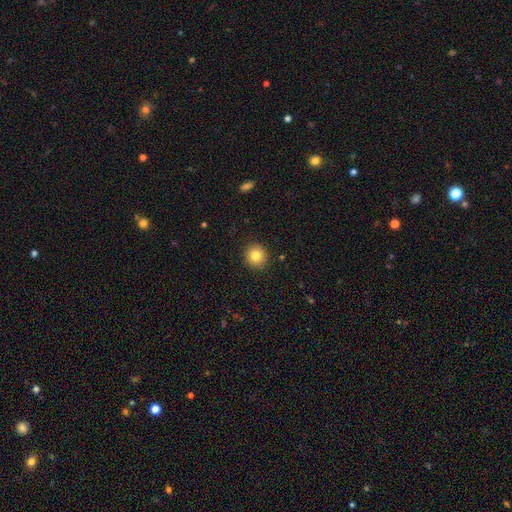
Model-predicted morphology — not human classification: smooth 83%, star or artifact 10%, featured or disk 7%. Down the decision tree: how rounded — round (91%); merging — none (91%).